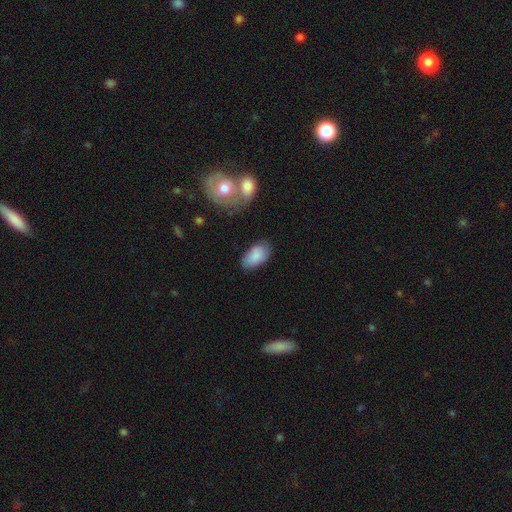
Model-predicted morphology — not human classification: Smooth or featured: smooth — 85% (featured or disk — 8%)
How rounded: in between — 95% (round — 3%)
Merging: none — 75% (minor disturbance — 17%)